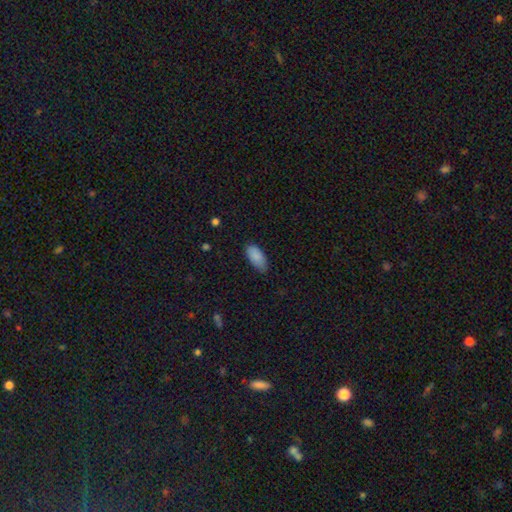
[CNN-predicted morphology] Smooth or featured? smooth (88%)
How rounded? in between (92%)
Merging? none (69%)